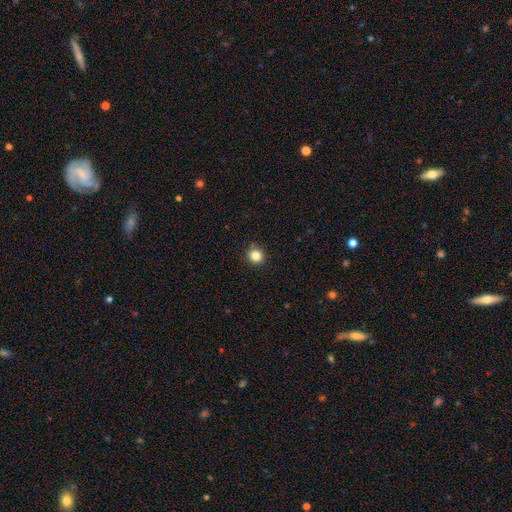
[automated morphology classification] smooth_or_featured: smooth (p=0.84) [alt: star or artifact p=0.12]
how_rounded: round (p=0.92) [alt: in between p=0.07]
merging: none (p=0.88) [alt: minor disturbance p=0.09]